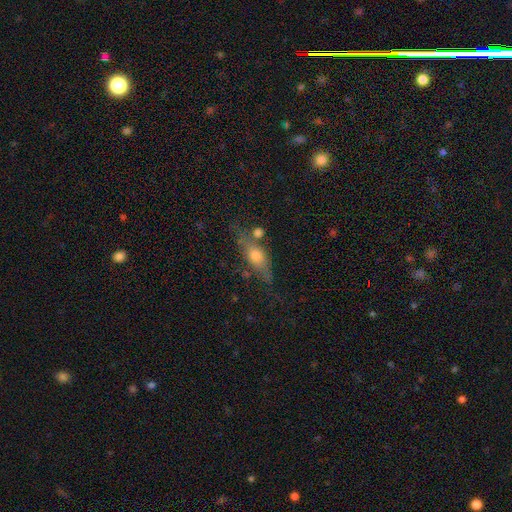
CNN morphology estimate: Q: Smooth or featured?
A: smooth (49%); runner-up: featured or disk (41%)
Q: Merging?
A: none (59%); runner-up: minor disturbance (20%)